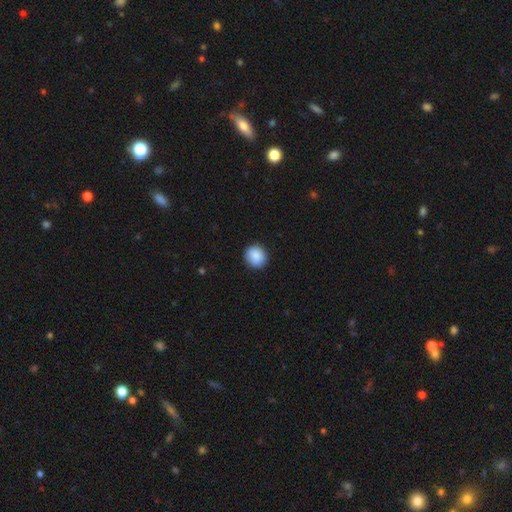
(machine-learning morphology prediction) This appears to be a smooth galaxy with no disk features (89%) that is round (90%). Merging: none (91%).